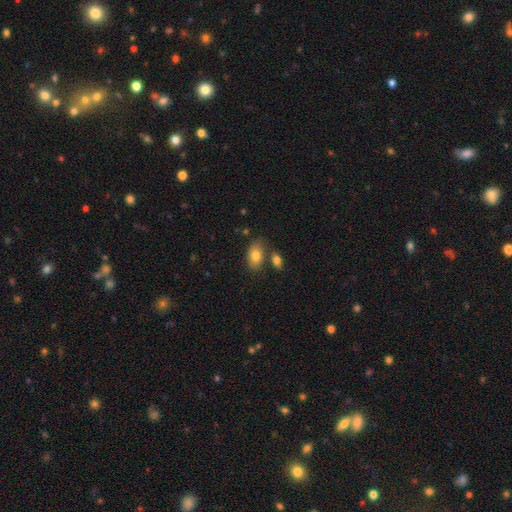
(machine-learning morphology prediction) Smooth or featured?
  - smooth: 81% *
  - featured or disk: 12%
  - star or artifact: 8%
How rounded?
  - in between: 90% *
  - round: 8%
  - cigar-shaped: 2%
Merging?
  - none: 65% *
  - merger: 18%
  - minor disturbance: 14%
  - major disturbance: 3%